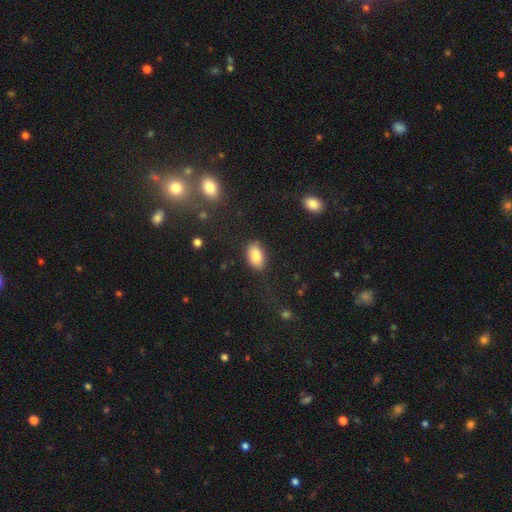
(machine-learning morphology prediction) Q: Smooth or featured?
A: smooth (87%); runner-up: star or artifact (7%)
Q: How rounded?
A: in between (93%); runner-up: round (5%)
Q: Merging?
A: none (79%); runner-up: minor disturbance (15%)